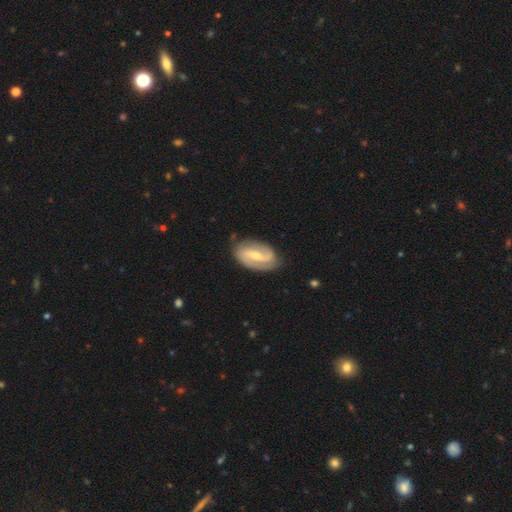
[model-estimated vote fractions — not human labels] smooth-or-featured: featured or disk: 83% | smooth: 13% | star or artifact: 4%
  disk-edge-on: no: 97% | yes: 3%
    bar: weak: 45% | strong: 30% | no: 25%
    has-spiral-arms: yes: 95% | no: 5%
      spiral-winding: medium: 45% | loose: 30% | tight: 25%
      spiral-arm-count: 2: 87% | 1: 5% | can't tell: 5% | 3: 2% | 4: 1% | more than 4: 1%
    bulge-size: small: 57% | moderate: 38% | none: 3% | large: 2% | dominant: 1%
  merging: none: 80% | minor disturbance: 15% | major disturbance: 4% | merger: 1%